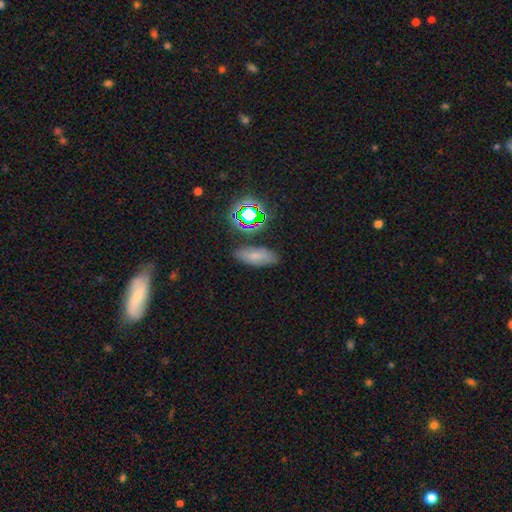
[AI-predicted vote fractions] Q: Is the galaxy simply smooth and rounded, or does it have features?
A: smooth — 61%.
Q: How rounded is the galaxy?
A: in between — 76%.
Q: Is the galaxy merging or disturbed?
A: none — 76%.